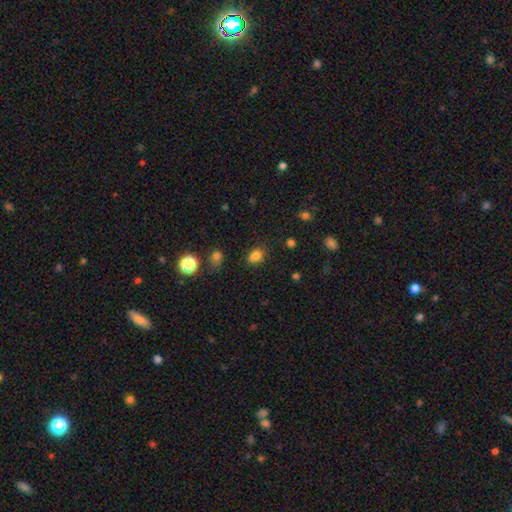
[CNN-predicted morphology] A smooth galaxy with no disk features (81%) that is in between round and cigar-shaped (73%).

Vote fractions:
- Smooth or featured? smooth: 81% / star or artifact: 13% / featured or disk: 6%
- How rounded? in between: 73% / round: 25% / cigar-shaped: 1%
- Merging? none: 77% / minor disturbance: 15% / major disturbance: 4% / merger: 3%